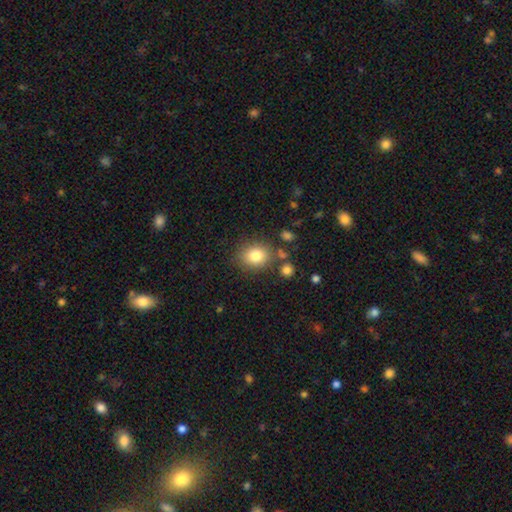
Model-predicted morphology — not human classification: The model was most divided on "how rounded": round: 64%, in between: 35%, cigar-shaped: 1%. More confident: smooth or featured — smooth (80%); merging — none (78%).